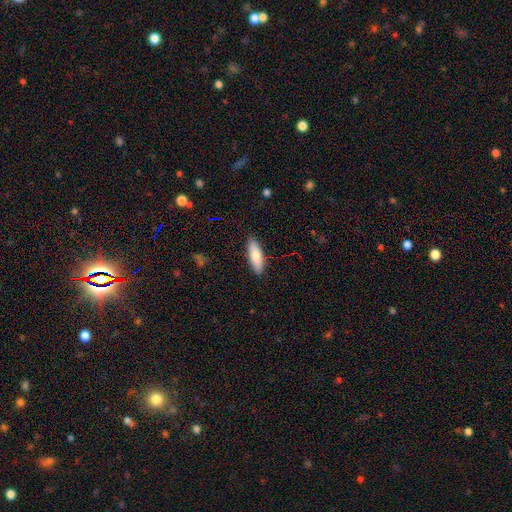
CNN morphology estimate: smooth_or_featured: smooth (p=0.77) [alt: featured or disk p=0.17]
how_rounded: in between (p=0.56) [alt: cigar-shaped p=0.42]
merging: none (p=0.88) [alt: minor disturbance p=0.09]